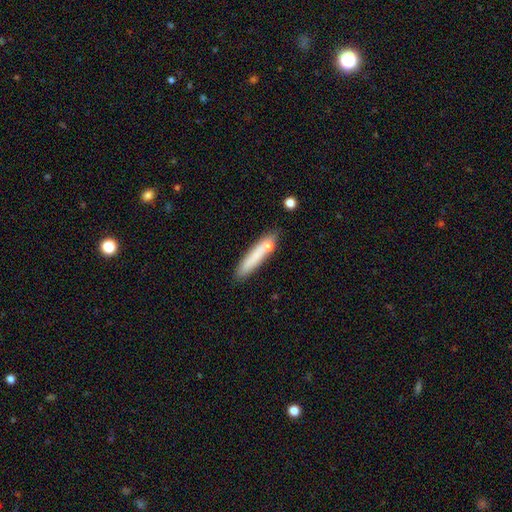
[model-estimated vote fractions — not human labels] This appears to be a smooth galaxy with no disk features (72%) that is cigar-shaped (88%). Merging: none (72%).